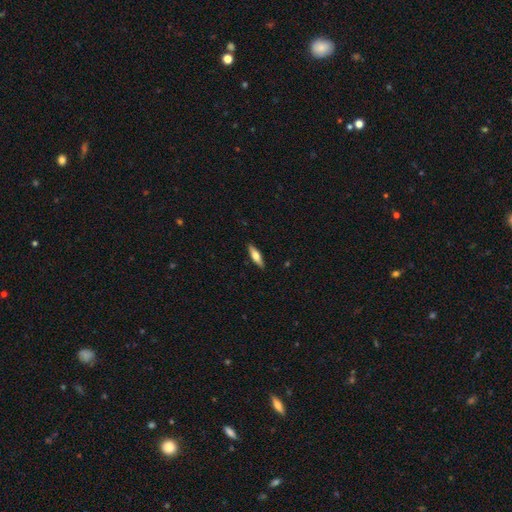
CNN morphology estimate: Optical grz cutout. It shows a smooth galaxy with no disk features (54%) that is cigar-shaped (60%). Merging: none (89%).